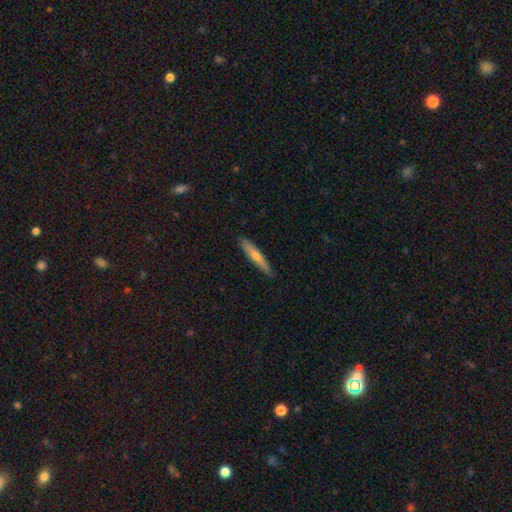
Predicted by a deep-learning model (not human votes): smooth 56%, featured or disk 39%, star or artifact 6%. Down the decision tree: how rounded — cigar-shaped (92%); merging — none (88%).